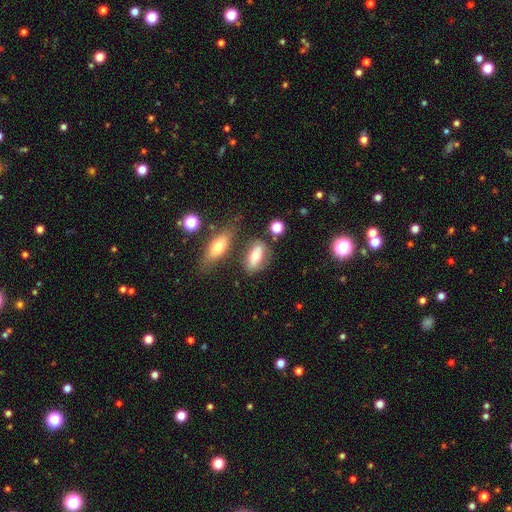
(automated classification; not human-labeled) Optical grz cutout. It shows a smooth galaxy with no disk features (63%) that is in between round and cigar-shaped (81%). Merging: none (64%).